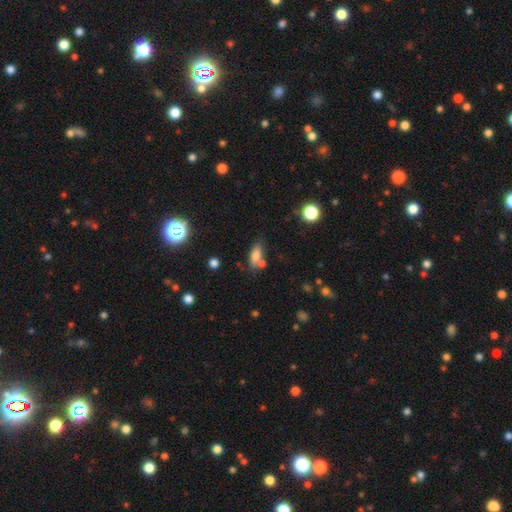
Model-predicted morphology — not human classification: Smooth or featured?
  - smooth: 77% *
  - featured or disk: 12%
  - star or artifact: 10%
How rounded?
  - in between: 79% *
  - cigar-shaped: 16%
  - round: 4%
Merging?
  - none: 60% *
  - merger: 20%
  - minor disturbance: 15%
  - major disturbance: 5%